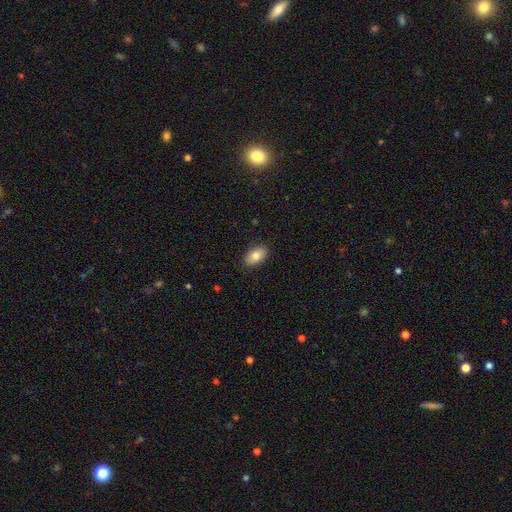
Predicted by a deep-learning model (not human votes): A smooth galaxy with no disk features (81%) that is in between round and cigar-shaped (91%). Merging: none (88%).